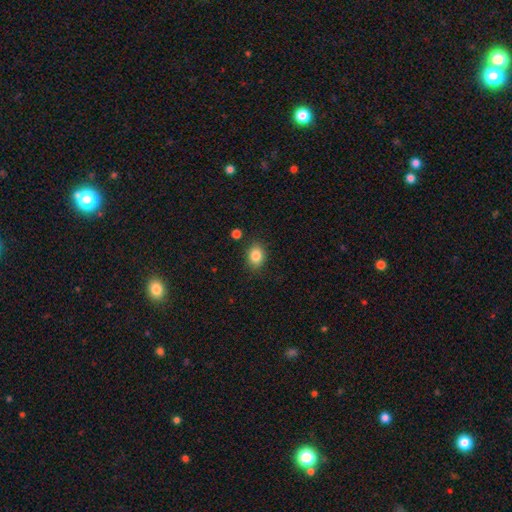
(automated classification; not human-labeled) Smooth or featured?
  - smooth: 84% *
  - star or artifact: 10%
  - featured or disk: 6%
How rounded?
  - in between: 58% *
  - round: 40%
  - cigar-shaped: 1%
Merging?
  - none: 84% *
  - minor disturbance: 11%
  - merger: 3%
  - major disturbance: 3%